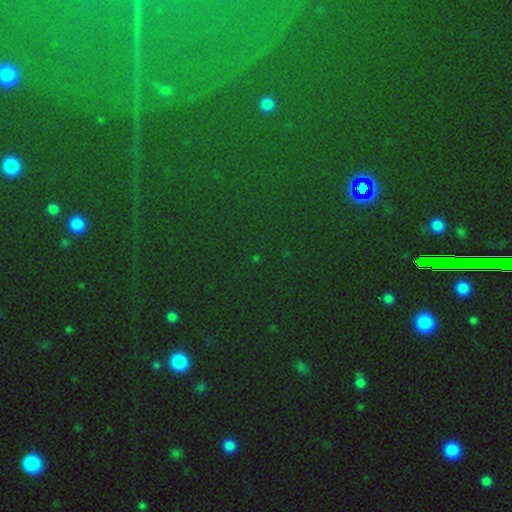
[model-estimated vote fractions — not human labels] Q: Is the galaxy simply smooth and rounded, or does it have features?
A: star or artifact — 78%.